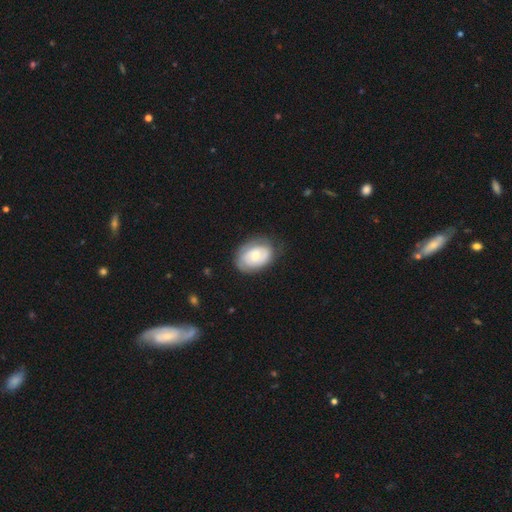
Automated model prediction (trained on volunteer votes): smooth_or_featured: featured or disk (p=0.53) [alt: smooth p=0.41]
disk_edge_on: no (p=0.96) [alt: yes p=0.04]
bar: no (p=0.80) [alt: weak p=0.17]
has_spiral_arms: yes (p=0.66) [alt: no p=0.34]
bulge_size: moderate (p=0.47) [alt: small p=0.46]
merging: none (p=0.72) [alt: minor disturbance p=0.20]